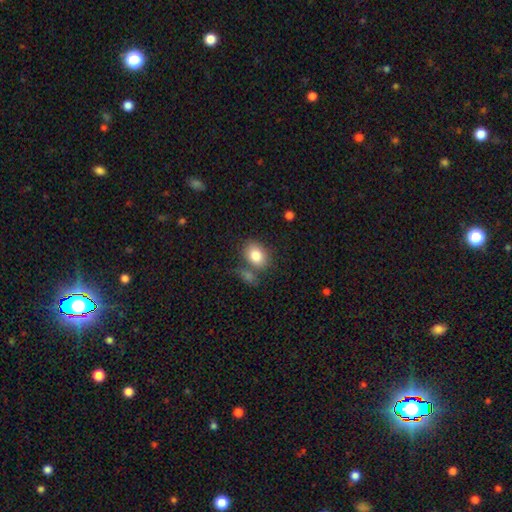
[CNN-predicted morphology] Smooth or featured: smooth — 83% (featured or disk — 9%)
How rounded: in between — 69% (round — 30%)
Merging: none — 61% (merger — 19%)